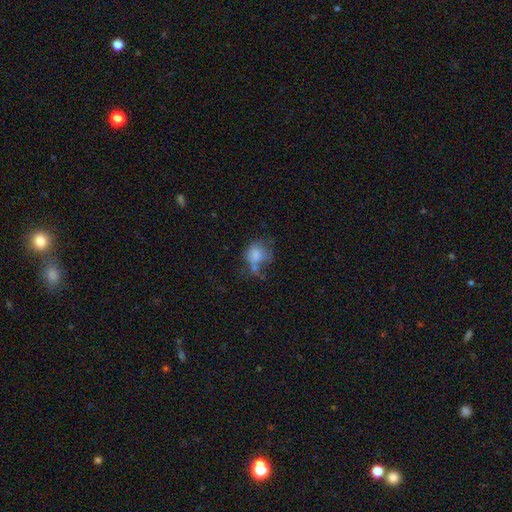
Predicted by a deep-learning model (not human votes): Smooth or featured? smooth (70%)
How rounded? round (55%)
Merging? none (31%)